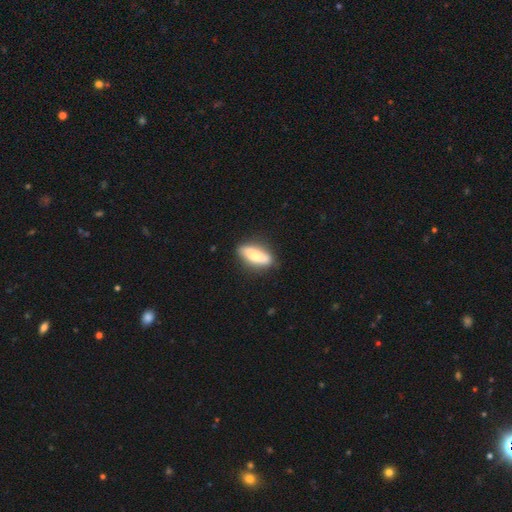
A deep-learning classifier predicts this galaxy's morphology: This is likely a smooth galaxy (73%). How rounded: possibly in between (58%). Merging: likely none (79%).